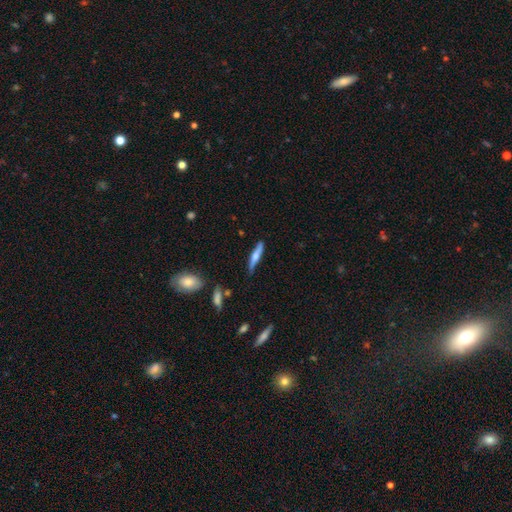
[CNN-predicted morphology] smooth_or_featured: featured or disk (p=0.50) [alt: smooth p=0.44]
disk_edge_on: yes (p=0.93) [alt: no p=0.07]
merging: none (p=0.82) [alt: minor disturbance p=0.14]